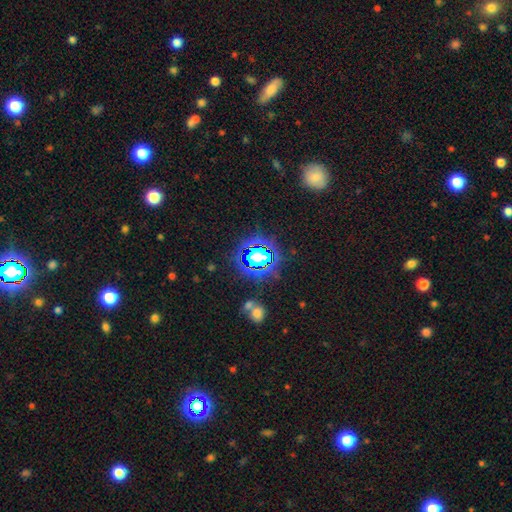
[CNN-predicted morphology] Smooth or featured?
  - star or artifact: 79% *
  - smooth: 13%
  - featured or disk: 7%